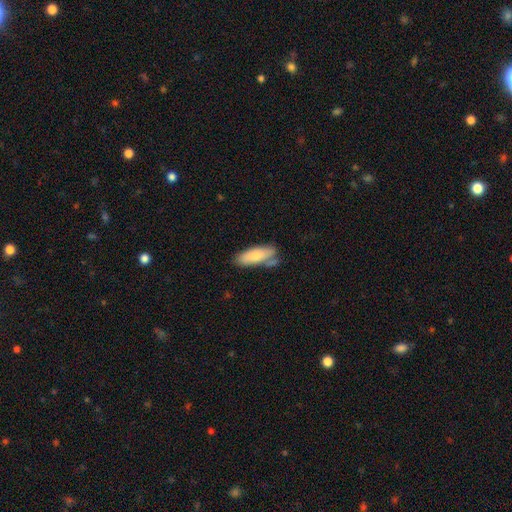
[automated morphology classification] This appears to be a smooth galaxy with no disk features (78%) that is in between round and cigar-shaped (73%). Merging: none (56%).